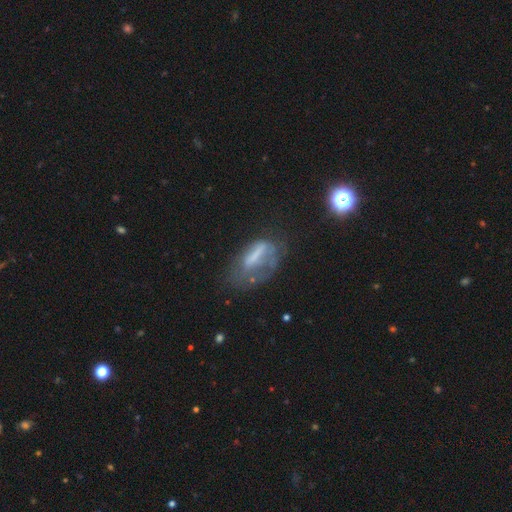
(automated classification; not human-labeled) Q: Smooth or featured?
A: featured or disk (45%); runner-up: smooth (41%)
Q: Merging?
A: major disturbance (38%); runner-up: none (33%)